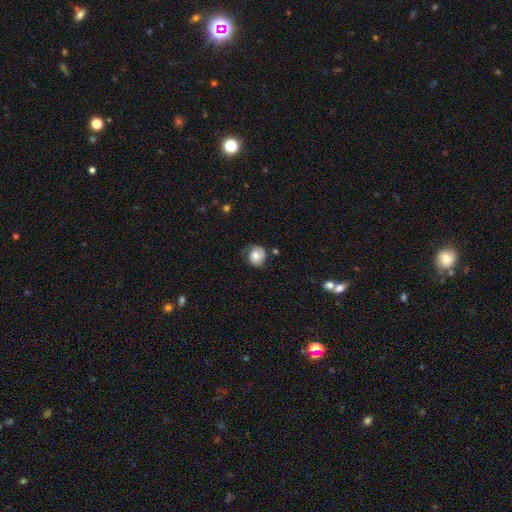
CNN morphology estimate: Smooth or featured: smooth — 60% (featured or disk — 32%)
How rounded: round — 78% (in between — 21%)
Merging: none — 56% (minor disturbance — 29%)